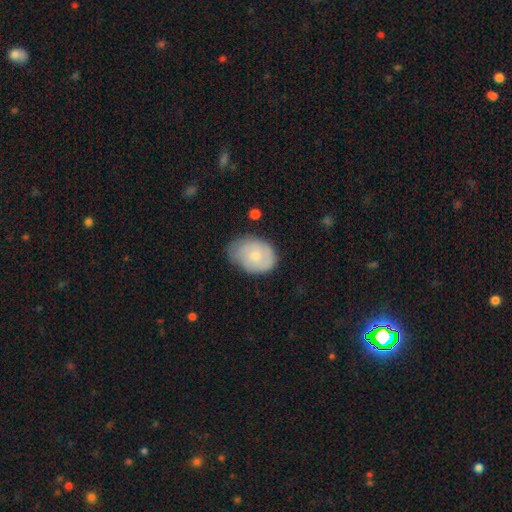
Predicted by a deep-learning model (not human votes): Morphology: type=smooth (67%); roundness=in between (77%); merging=none (58%).